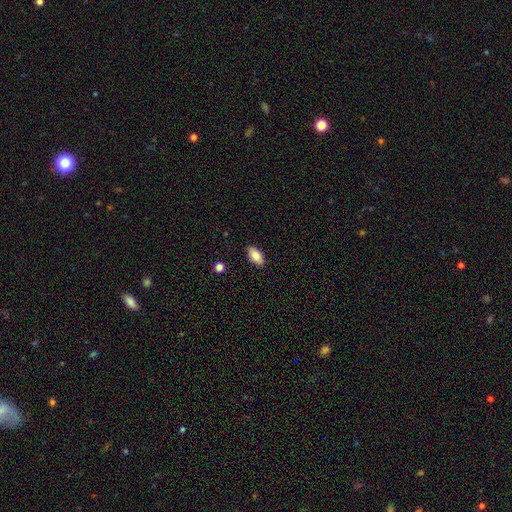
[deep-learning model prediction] smooth 82%, featured or disk 11%, star or artifact 7%. Down the decision tree: how rounded — in between (92%); merging — none (89%).